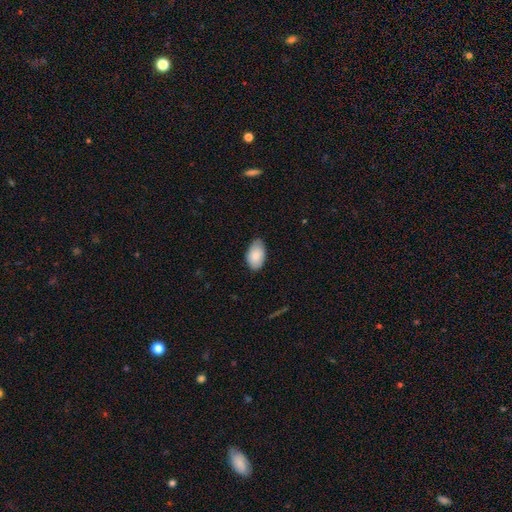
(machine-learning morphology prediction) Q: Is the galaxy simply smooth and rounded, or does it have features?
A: smooth — 86%.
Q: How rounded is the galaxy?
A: in between — 93%.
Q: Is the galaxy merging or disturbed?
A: none — 76%.